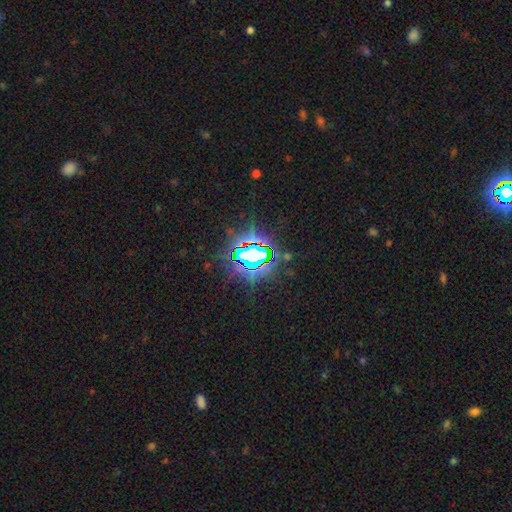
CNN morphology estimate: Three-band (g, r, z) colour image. It shows a star or artifact, not a galaxy (80%).